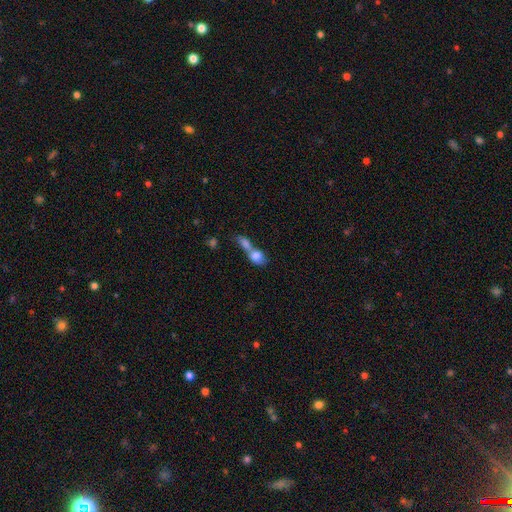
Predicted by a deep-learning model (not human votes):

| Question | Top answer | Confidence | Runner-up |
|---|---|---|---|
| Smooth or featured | smooth | 77% | featured or disk (15%) |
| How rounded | in between | 60% | round (34%) |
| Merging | merger | 75% | none (15%) |